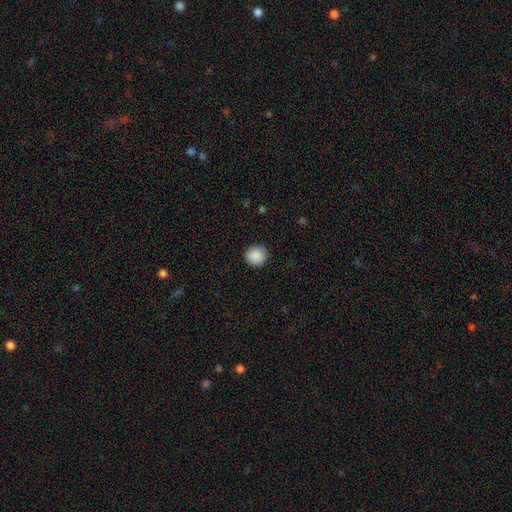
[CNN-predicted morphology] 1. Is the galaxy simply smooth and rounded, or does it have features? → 89% smooth, 8% star or artifact, 3% featured or disk.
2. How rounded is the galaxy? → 94% round, 5% in between, 1% cigar-shaped.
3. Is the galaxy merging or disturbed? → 92% none, 6% minor disturbance, 2% major disturbance, 1% merger.